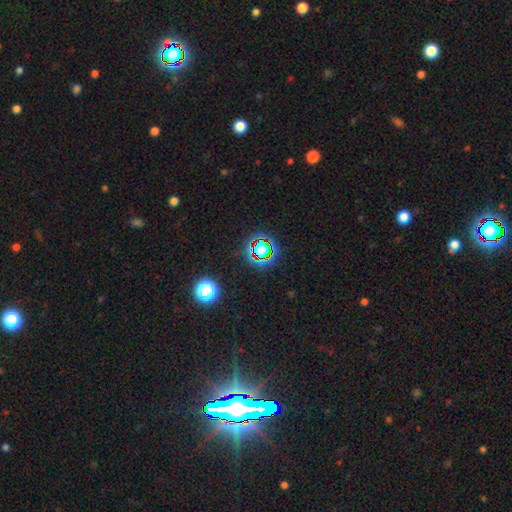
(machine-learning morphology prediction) smooth_or_featured: star or artifact (p=0.82) [alt: smooth p=0.10]